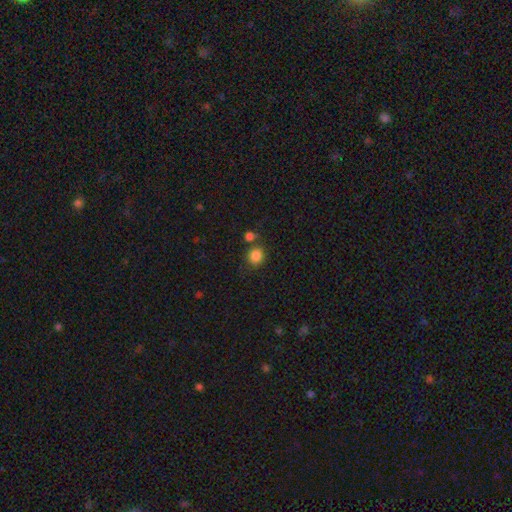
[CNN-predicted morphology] A smooth galaxy with no disk features (85%) that is round (85%). Merging: none (72%).